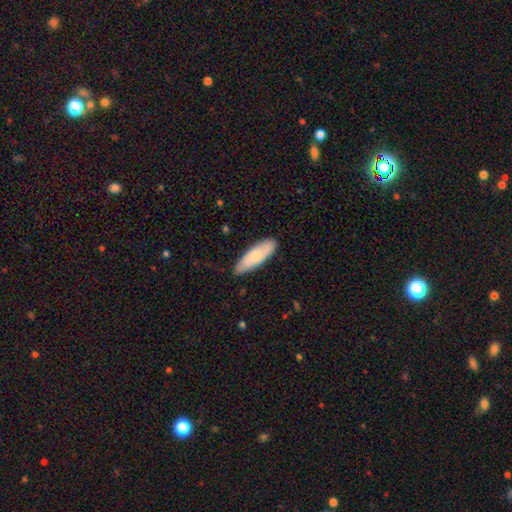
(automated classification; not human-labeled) Smooth or featured?
  - smooth: 74% *
  - featured or disk: 20%
  - star or artifact: 5%
How rounded?
  - in between: 55% *
  - cigar-shaped: 43%
  - round: 2%
Merging?
  - none: 82% *
  - minor disturbance: 14%
  - major disturbance: 2%
  - merger: 1%